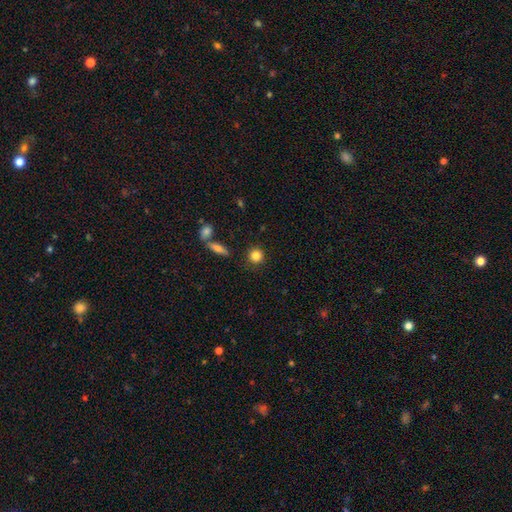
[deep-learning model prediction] Morphology: type=smooth (85%); roundness=round (91%); merging=none (87%).